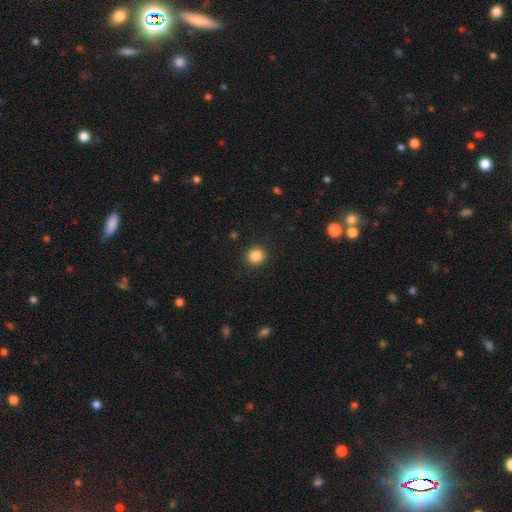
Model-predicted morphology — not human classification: Smooth or featured? Predicted: smooth (p=0.87). How rounded? Predicted: round (p=0.91). Merging? Predicted: none (p=0.91).